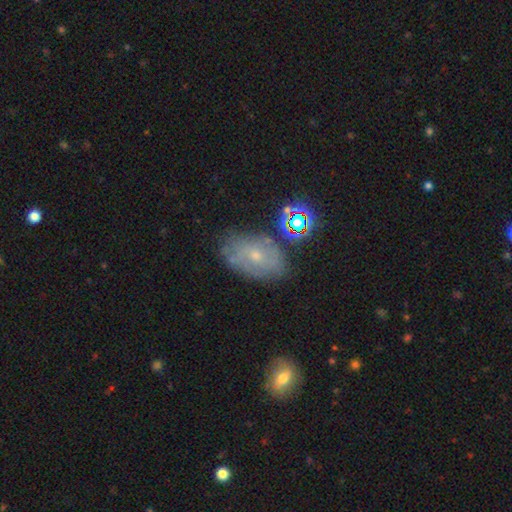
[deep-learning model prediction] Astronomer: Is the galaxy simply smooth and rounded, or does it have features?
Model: featured or disk — 49% (runner-up: smooth, 33%).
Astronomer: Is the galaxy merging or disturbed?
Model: none — 67%.